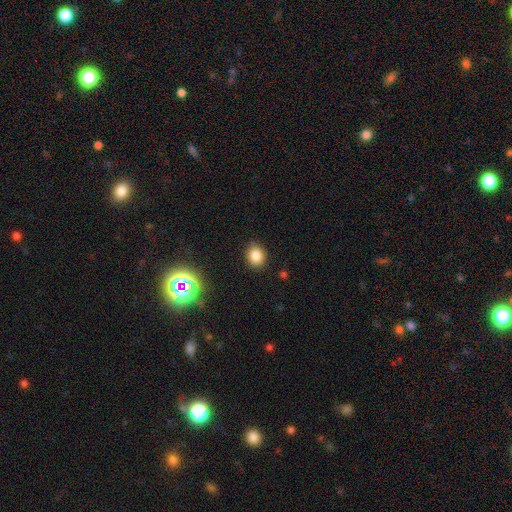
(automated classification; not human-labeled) smooth 82%, star or artifact 13%, featured or disk 5%. Down the decision tree: how rounded — round (60%); merging — none (86%).